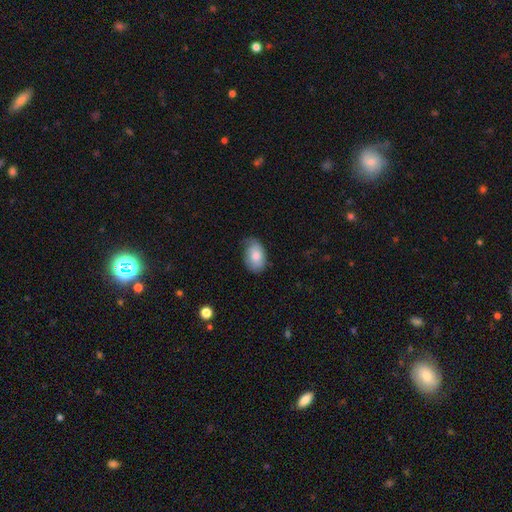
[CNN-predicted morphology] Smooth or featured: smooth — 76% (featured or disk — 18%)
How rounded: in between — 88% (round — 11%)
Merging: none — 60% (minor disturbance — 32%)